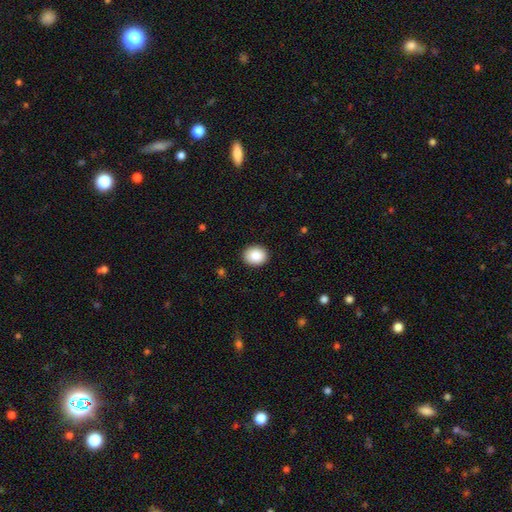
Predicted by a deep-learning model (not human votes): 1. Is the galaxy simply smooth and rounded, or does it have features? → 88% smooth, 7% star or artifact, 4% featured or disk.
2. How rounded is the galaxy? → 56% round, 43% in between, 1% cigar-shaped.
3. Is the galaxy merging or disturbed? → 91% none, 6% minor disturbance, 2% major disturbance, 1% merger.